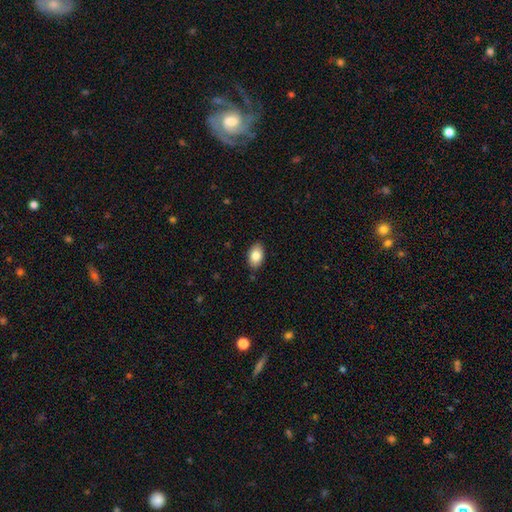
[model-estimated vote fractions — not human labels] This is clearly a smooth galaxy (85%). How rounded: clearly in between (91%). Merging: clearly none (86%).